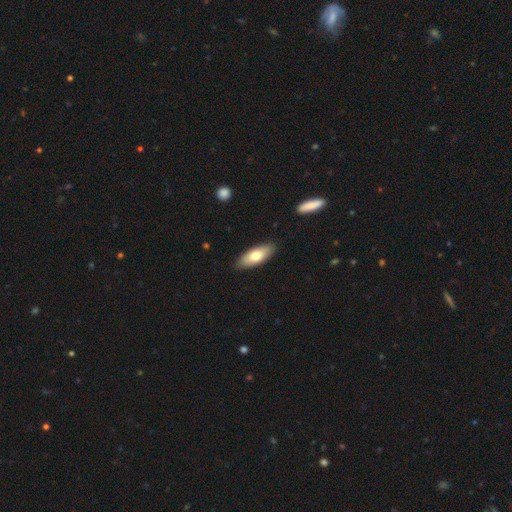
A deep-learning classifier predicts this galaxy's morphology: A smooth galaxy with no disk features (70%) that is in between round and cigar-shaped (77%).

Vote fractions:
- Smooth or featured? smooth: 70% / featured or disk: 24% / star or artifact: 6%
- How rounded? in between: 77% / cigar-shaped: 21% / round: 2%
- Merging? none: 88% / minor disturbance: 9% / major disturbance: 2% / merger: 1%